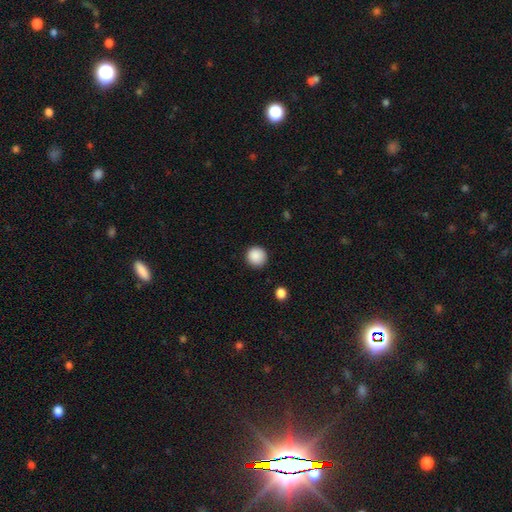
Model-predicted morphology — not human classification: This is clearly a smooth galaxy (88%). How rounded: clearly round (94%). Merging: clearly none (90%).